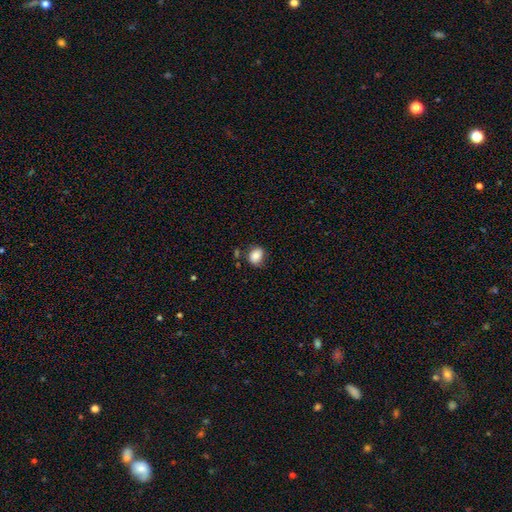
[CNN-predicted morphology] smooth-or-featured: smooth: 81% | featured or disk: 11% | star or artifact: 9%
  how-rounded: round: 49% (tied) | in between: 49% (tied) | cigar-shaped: 1%
  merging: none: 68% | minor disturbance: 21% | major disturbance: 6% | merger: 6%